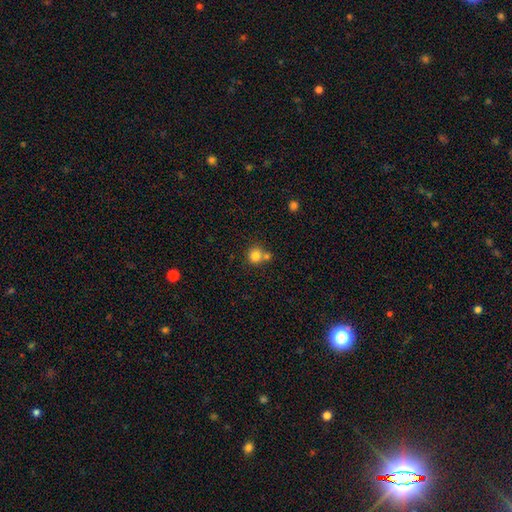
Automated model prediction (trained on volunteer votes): smooth_or_featured: smooth (p=0.81) [alt: star or artifact p=0.11]
how_rounded: round (p=0.90) [alt: in between p=0.09]
merging: none (p=0.54) [alt: merger p=0.34]